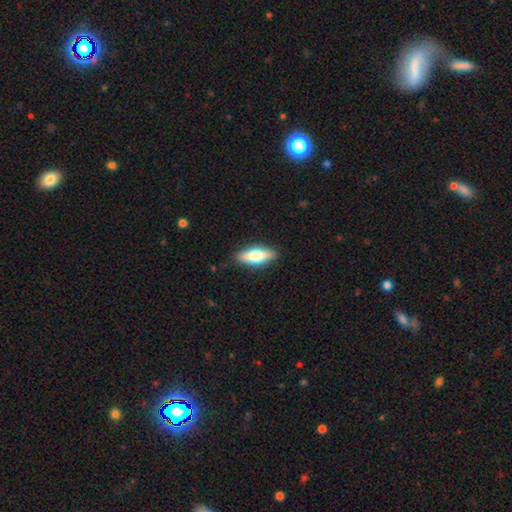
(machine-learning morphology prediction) Smooth or featured: smooth — 58% (featured or disk — 36%)
How rounded: in between — 61% (cigar-shaped — 36%)
Merging: none — 86% (minor disturbance — 11%)